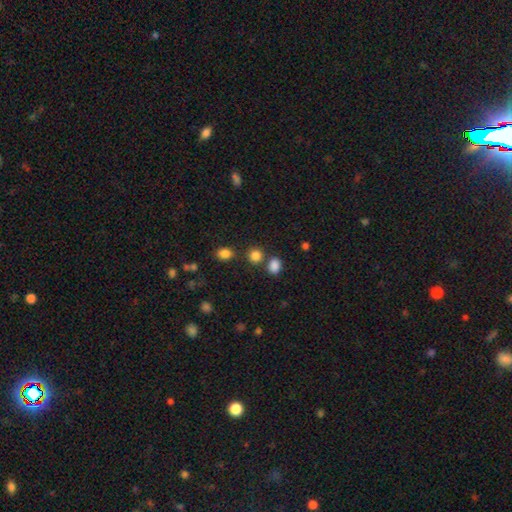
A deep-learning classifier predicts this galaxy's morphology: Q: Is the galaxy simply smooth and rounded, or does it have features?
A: smooth — 84%.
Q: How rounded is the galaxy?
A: round — 74%.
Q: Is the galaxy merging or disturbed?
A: none — 73%.